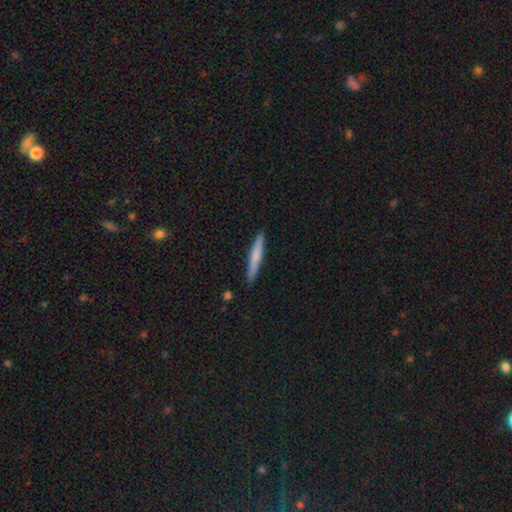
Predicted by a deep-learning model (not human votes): Overall: smooth (67%; featured or disk 28%). How rounded: cigar-shaped (95%). Merging: none (90%).